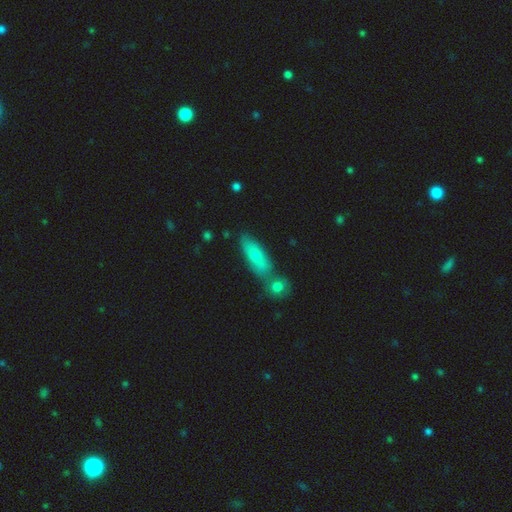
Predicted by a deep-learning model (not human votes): smooth 73%, featured or disk 20%, star or artifact 7%. Down the decision tree: how rounded — in between (62%); merging — none (55%).